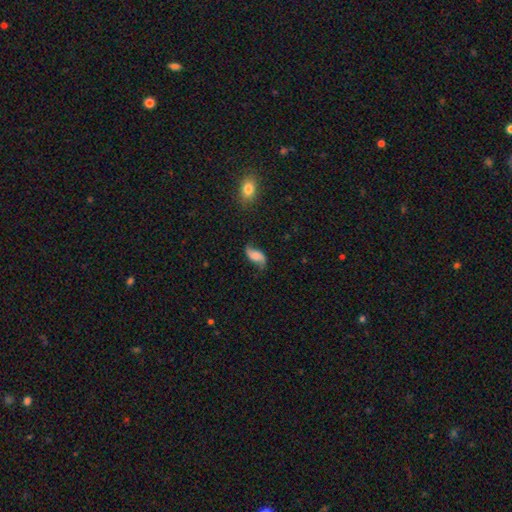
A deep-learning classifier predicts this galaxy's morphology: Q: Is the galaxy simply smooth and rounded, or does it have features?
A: featured or disk — 53%.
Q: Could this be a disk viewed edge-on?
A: no — 93%.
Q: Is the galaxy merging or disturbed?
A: none — 64%.